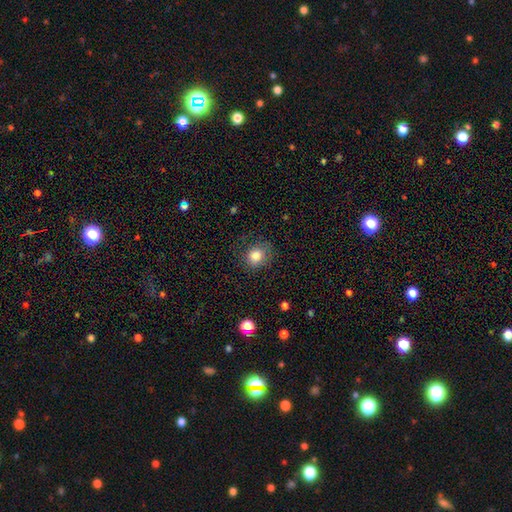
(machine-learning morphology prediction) smooth-or-featured: smooth: 83% | star or artifact: 10% | featured or disk: 7%
  how-rounded: round: 72% | in between: 27% | cigar-shaped: 1%
  merging: none: 73% | minor disturbance: 18% | major disturbance: 8% | merger: 1%